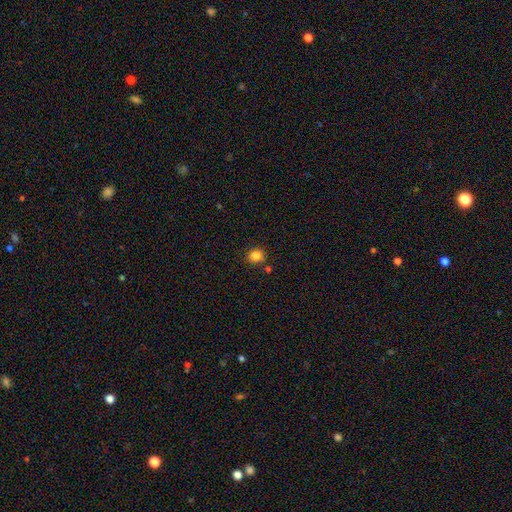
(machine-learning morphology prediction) type=smooth (84%); roundness=round (84%); merging=none (81%).